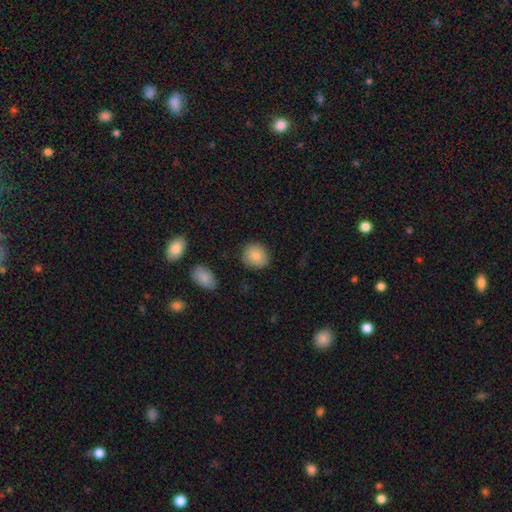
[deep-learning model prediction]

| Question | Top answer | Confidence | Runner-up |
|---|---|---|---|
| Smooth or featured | smooth | 87% | star or artifact (7%) |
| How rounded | round | 79% | in between (20%) |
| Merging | none | 87% | minor disturbance (9%) |